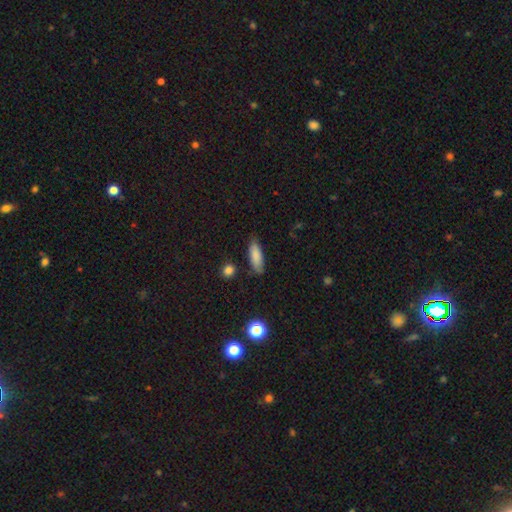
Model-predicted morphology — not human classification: smooth 84%, featured or disk 9%, star or artifact 7%. Down the decision tree: how rounded — in between (56%); merging — none (81%).